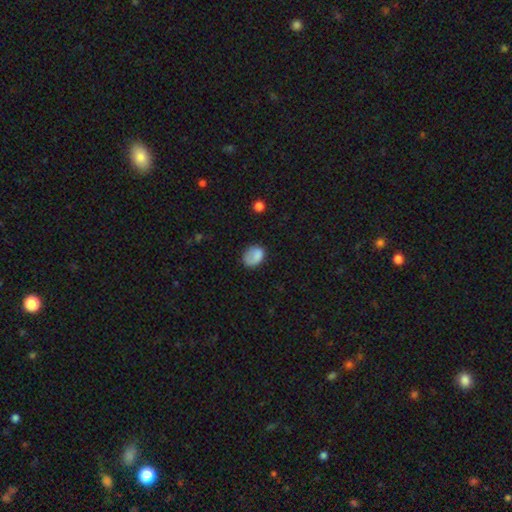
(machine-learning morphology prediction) Smooth or featured?
  - smooth: 80% *
  - featured or disk: 11%
  - star or artifact: 9%
How rounded?
  - in between: 60% *
  - round: 39%
  - cigar-shaped: 1%
Merging?
  - none: 57% *
  - minor disturbance: 27%
  - major disturbance: 14%
  - merger: 3%